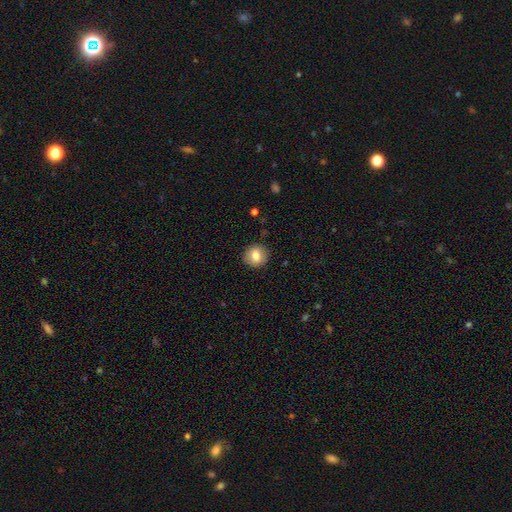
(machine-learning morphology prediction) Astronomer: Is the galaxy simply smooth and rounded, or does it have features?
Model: smooth — 79%.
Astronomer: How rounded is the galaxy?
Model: round — 88%.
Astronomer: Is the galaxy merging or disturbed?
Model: none — 90%.